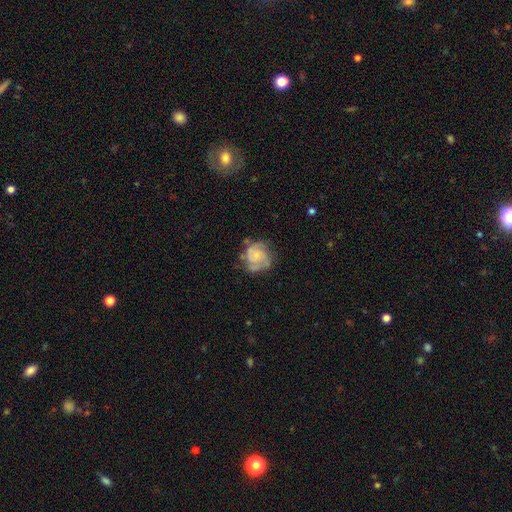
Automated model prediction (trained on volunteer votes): Smooth or featured? featured or disk (79%)
Edge-on disk? no (98%)
Bar? no (70%)
Spiral arms? yes (94%)
Spiral winding? tight (52%)
Spiral arm count? 2 (48%)
Bulge size? small (54%)
Merging? none (63%)